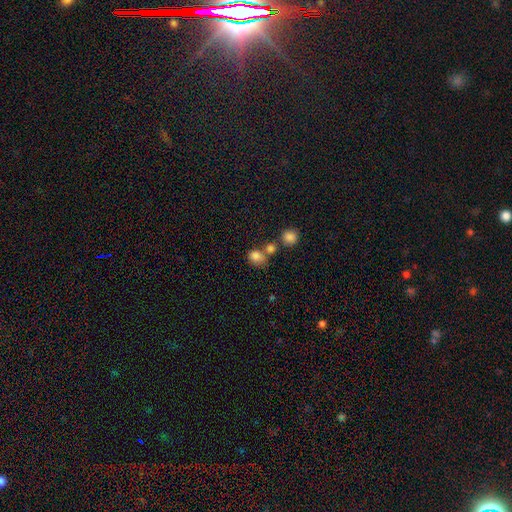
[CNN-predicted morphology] smooth 81%, star or artifact 12%, featured or disk 7%. Down the decision tree: how rounded — in between (50%); merging — none (44%).